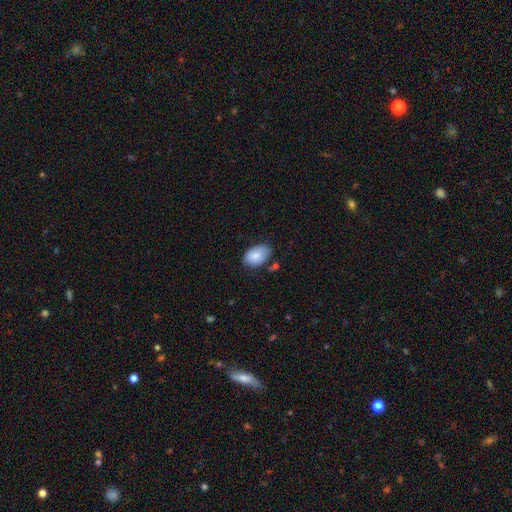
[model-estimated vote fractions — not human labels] The model was most divided on "merging": none: 70%, minor disturbance: 22%, merger: 4%, major disturbance: 4%. More confident: how rounded — in between (90%); smooth or featured — smooth (83%).